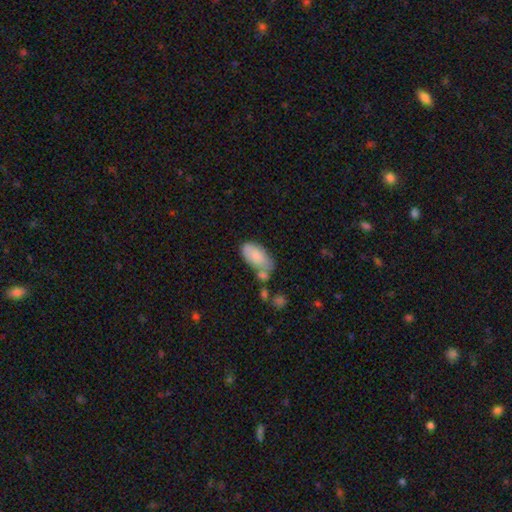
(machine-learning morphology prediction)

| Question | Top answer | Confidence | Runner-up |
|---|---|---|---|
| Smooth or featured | smooth | 81% | featured or disk (13%) |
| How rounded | in between | 94% | cigar-shaped (3%) |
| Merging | none | 49% | minor disturbance (24%) |